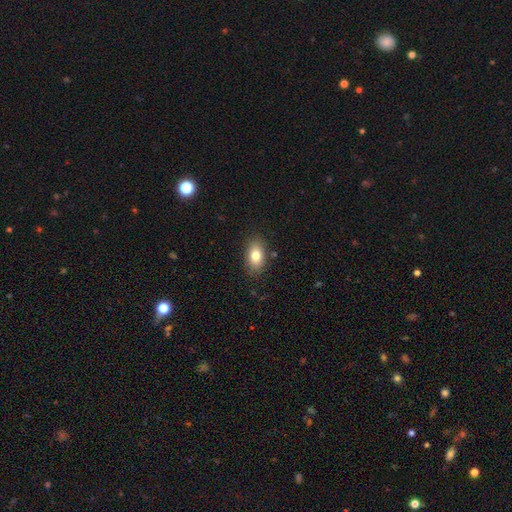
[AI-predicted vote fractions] This appears to be a smooth galaxy with no disk features (80%) that is in between round and cigar-shaped (89%). Merging: none (85%).